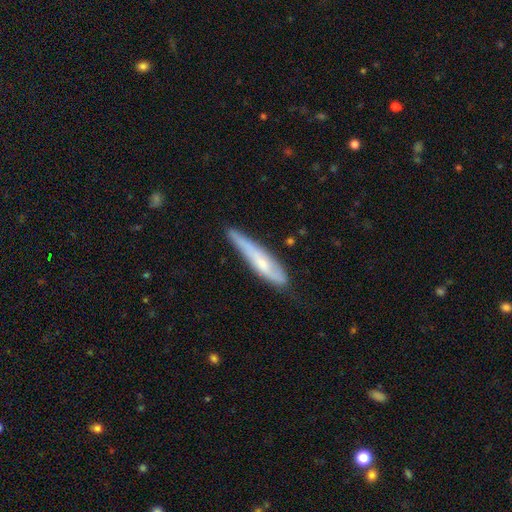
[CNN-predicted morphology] Smooth or featured? Predicted: smooth (p=0.50). Merging? Predicted: none (p=0.62).